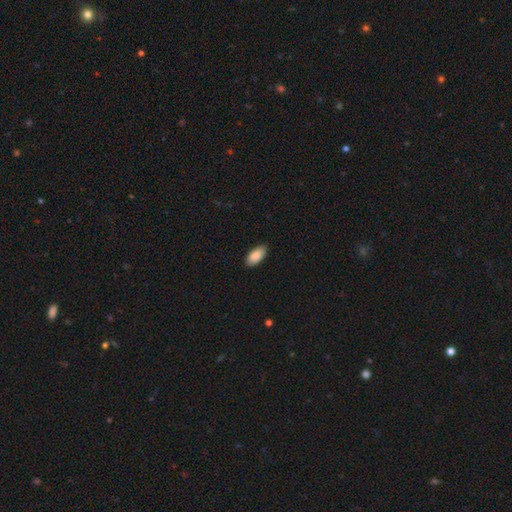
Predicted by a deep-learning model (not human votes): A smooth galaxy with no disk features (89%) that is in between round and cigar-shaped (94%).

Vote fractions:
- Smooth or featured? smooth: 89% / star or artifact: 6% / featured or disk: 5%
- How rounded? in between: 94% / cigar-shaped: 5% / round: 2%
- Merging? none: 86% / minor disturbance: 11% / major disturbance: 2% / merger: 1%